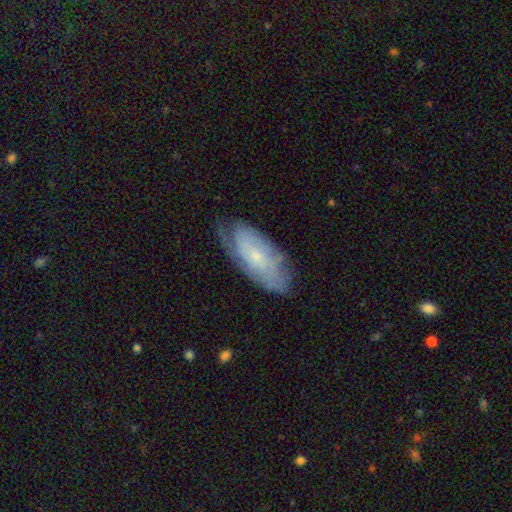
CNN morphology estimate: A featured or disk galaxy (57%) with no bar (77%), spiral arms (78%) and a small central bulge (74%). Merging: none (63%).